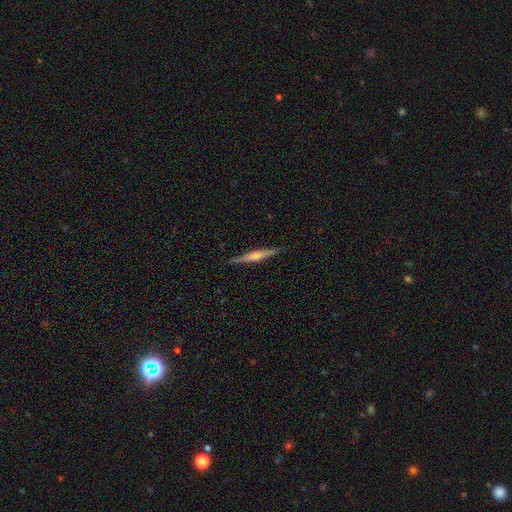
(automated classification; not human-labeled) Morphology: type=featured or disk (76%); edge-on=yes (98%); edge-on bulge=rounded (71%); merging=none (91%).